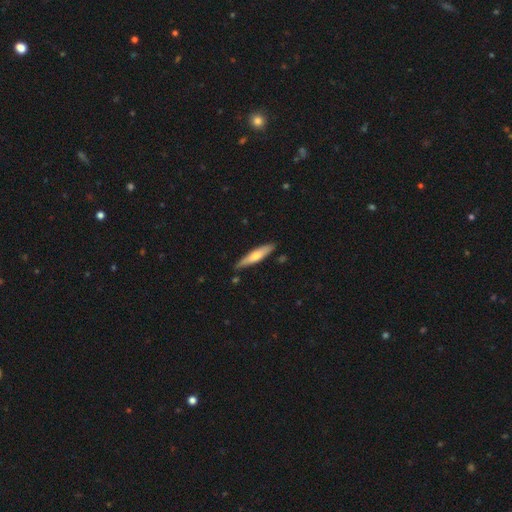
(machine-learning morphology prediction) smooth_or_featured: smooth (p=0.54) [alt: featured or disk p=0.40]
how_rounded: cigar-shaped (p=0.81) [alt: in between p=0.17]
merging: none (p=0.83) [alt: minor disturbance p=0.13]